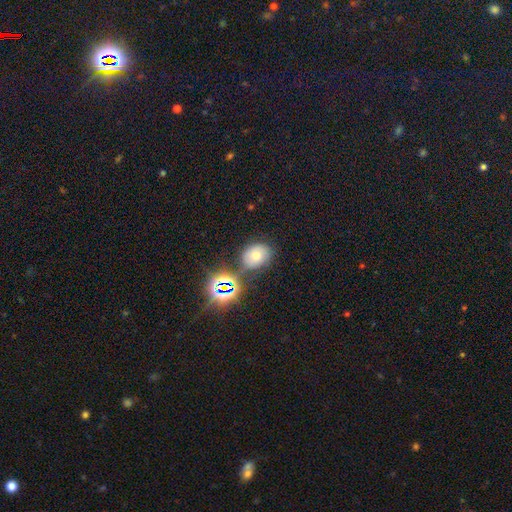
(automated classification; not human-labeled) Morphology: type=smooth (57%); roundness=in between (53%); merging=none (71%).